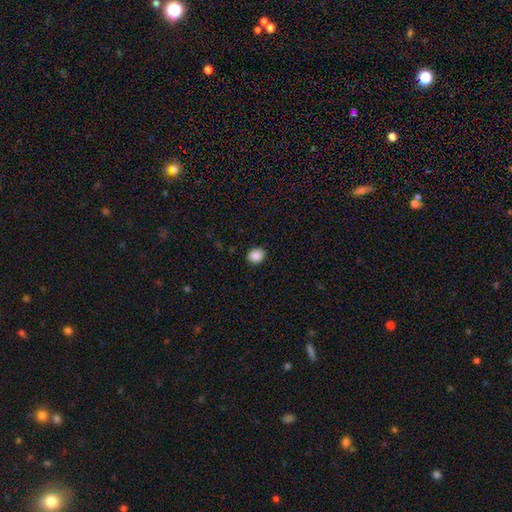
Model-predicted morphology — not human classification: type=smooth (88%); roundness=in between (53%); merging=none (88%).